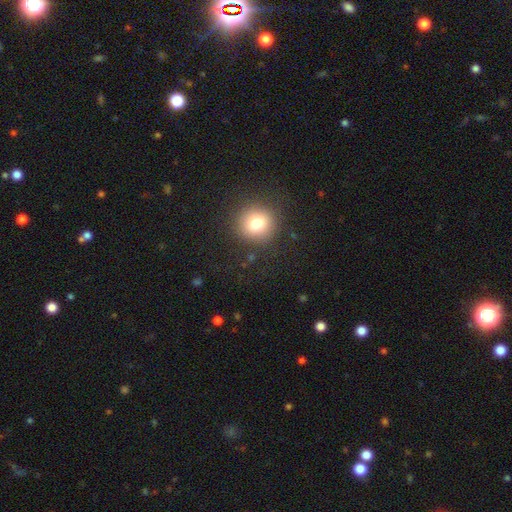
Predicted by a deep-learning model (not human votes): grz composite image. It shows a smooth galaxy with no disk features (53%) that is round (94%). Merging: none (89%).